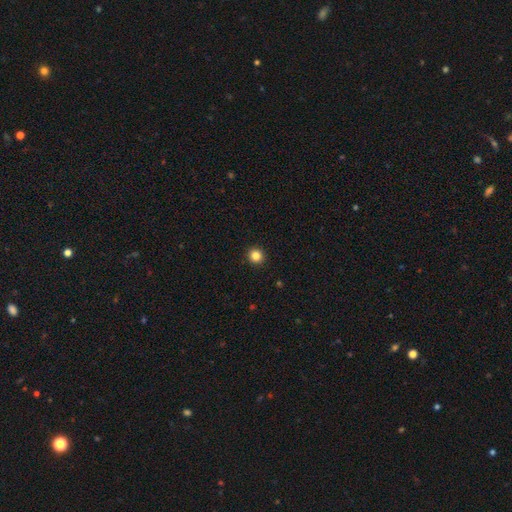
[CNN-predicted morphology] smooth-or-featured: smooth: 85% | star or artifact: 11% | featured or disk: 4%
  how-rounded: round: 94% | in between: 6% | cigar-shaped: 1%
  merging: none: 94% | minor disturbance: 4% | major disturbance: 1% | merger: 1%